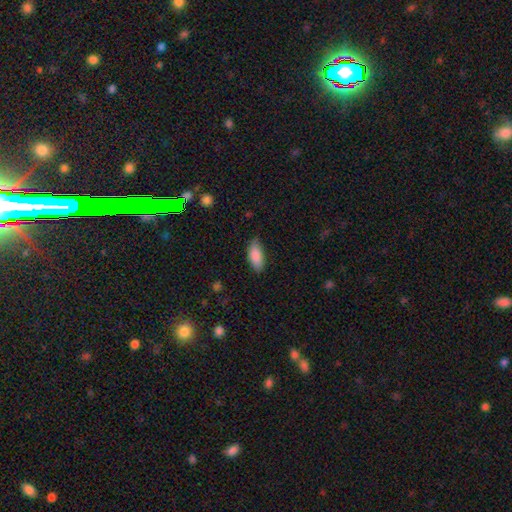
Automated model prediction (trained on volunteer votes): Smooth or featured: smooth — 88% (featured or disk — 6%)
How rounded: in between — 86% (cigar-shaped — 12%)
Merging: none — 77% (minor disturbance — 19%)